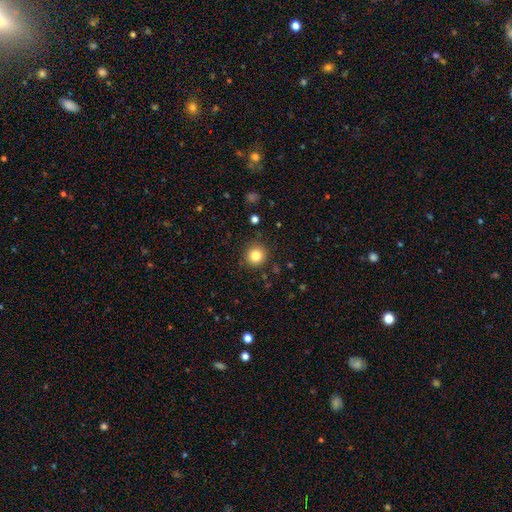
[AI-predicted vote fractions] Smooth or featured?
  - smooth: 83% *
  - star or artifact: 11%
  - featured or disk: 6%
How rounded?
  - round: 93% *
  - in between: 6%
  - cigar-shaped: 1%
Merging?
  - none: 89% *
  - minor disturbance: 7%
  - major disturbance: 2%
  - merger: 1%